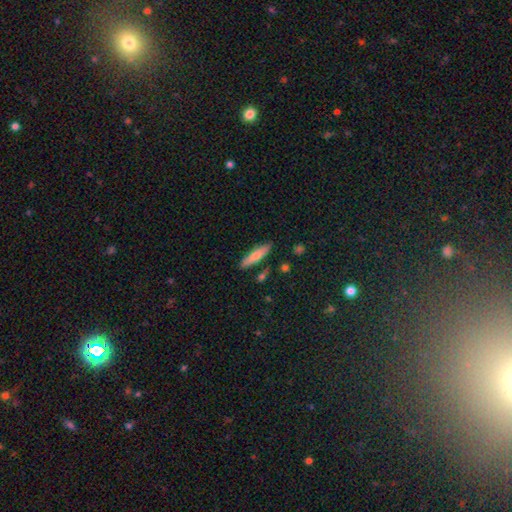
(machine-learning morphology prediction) smooth_or_featured: smooth (p=0.64) [alt: featured or disk p=0.30]
how_rounded: cigar-shaped (p=0.74) [alt: in between p=0.24]
merging: none (p=0.84) [alt: minor disturbance p=0.10]